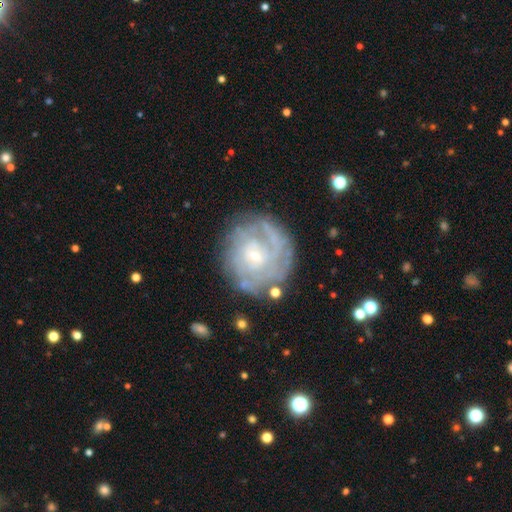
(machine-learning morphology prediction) A featured or disk galaxy (74%) with no bar (63%), tight (66%) spiral arms (82%) and a small central bulge (76%).

Vote fractions:
- Smooth or featured? featured or disk: 74% / smooth: 18% / star or artifact: 7%
- Edge-on disk? no: 97% / yes: 3%
- Bar? no: 63% / weak: 31% / strong: 6%
- Spiral arms? yes: 82% / no: 18%
- Spiral winding? tight: 66% / medium: 25% / loose: 10%
- Spiral arm count? can't tell: 50% / 2: 16% / 3: 12% / 4: 8% / 1: 7% / more than 4: 6%
- Bulge size? small: 76% / moderate: 18% / none: 3% / large: 2% / dominant: 1%
- Merging? none: 72% / minor disturbance: 17% / major disturbance: 9% / merger: 3%